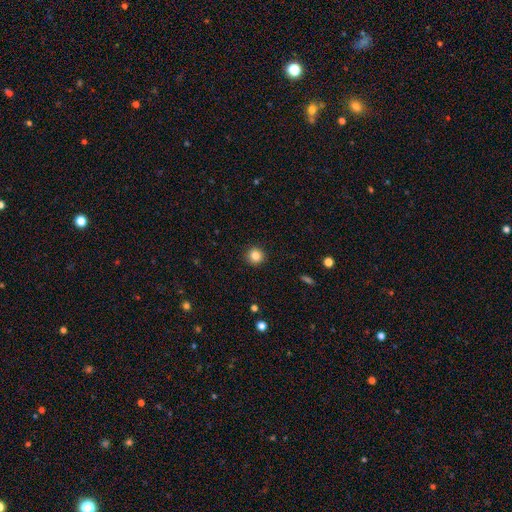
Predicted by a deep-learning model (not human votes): smooth-or-featured: smooth: 84% | star or artifact: 10% | featured or disk: 5%
  how-rounded: round: 94% | in between: 5% | cigar-shaped: 1%
  merging: none: 93% | minor disturbance: 5% | major disturbance: 2% | merger: 1%